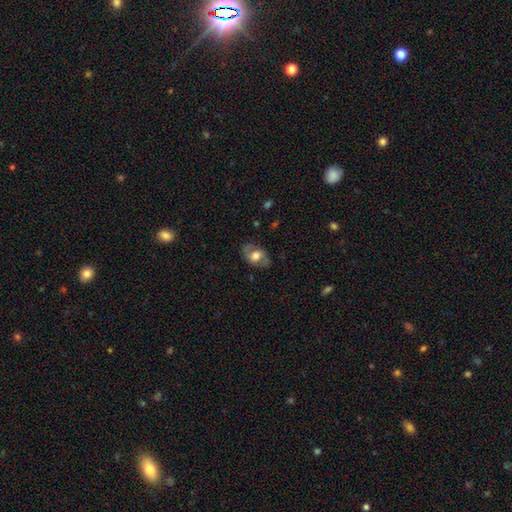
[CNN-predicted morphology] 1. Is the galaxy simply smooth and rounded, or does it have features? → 54% smooth, 38% featured or disk, 7% star or artifact.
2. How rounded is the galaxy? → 83% in between, 15% round, 2% cigar-shaped.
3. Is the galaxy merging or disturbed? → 75% none, 18% minor disturbance, 7% major disturbance, 1% merger.